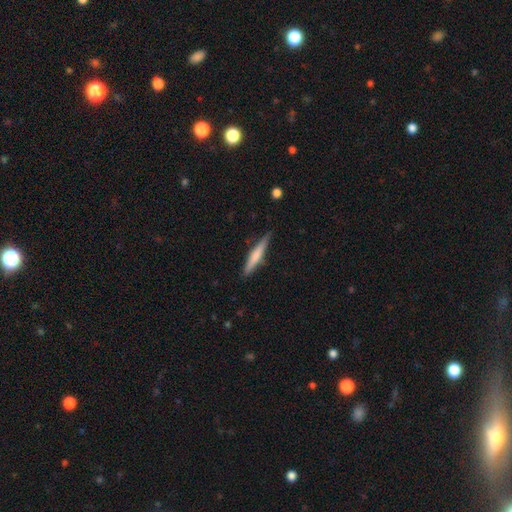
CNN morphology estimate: Overall: smooth (59%; featured or disk 36%). How rounded: cigar-shaped (92%). Merging: none (84%).